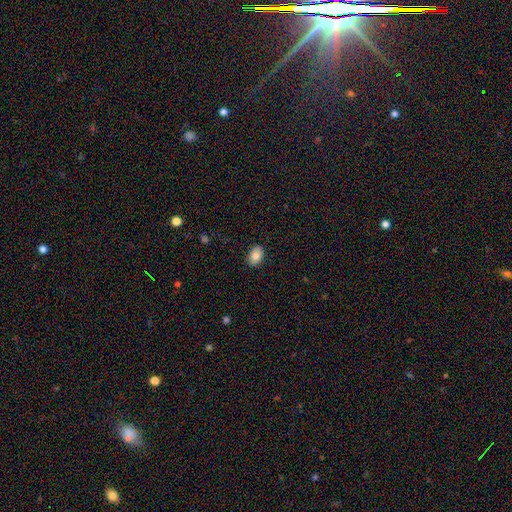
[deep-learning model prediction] Morphology: type=smooth (82%); roundness=in between (82%); merging=none (89%).